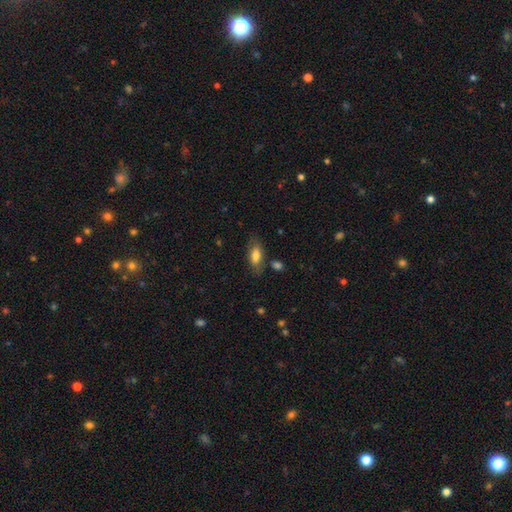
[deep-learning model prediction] Smooth or featured?
  - smooth: 75% *
  - featured or disk: 18%
  - star or artifact: 7%
How rounded?
  - in between: 83% *
  - cigar-shaped: 14%
  - round: 3%
Merging?
  - none: 74% *
  - minor disturbance: 16%
  - major disturbance: 5%
  - merger: 5%